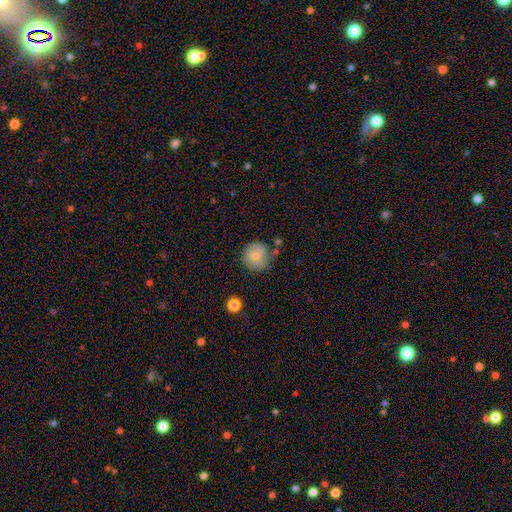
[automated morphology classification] smooth-or-featured: smooth: 75% | featured or disk: 16% | star or artifact: 9%
  how-rounded: round: 91% | in between: 8% | cigar-shaped: 1%
  merging: none: 68% | minor disturbance: 21% | major disturbance: 6% | merger: 5%